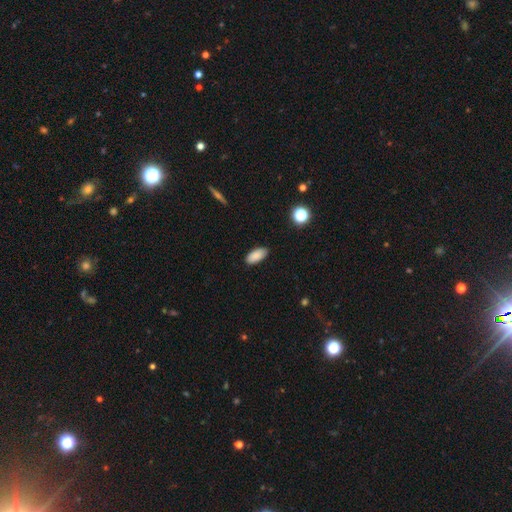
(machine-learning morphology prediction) This appears to be a smooth galaxy with no disk features (88%) that is in between round and cigar-shaped (90%). Merging: none (87%).